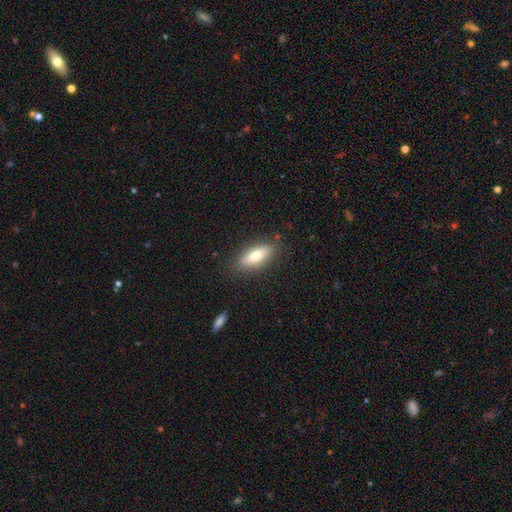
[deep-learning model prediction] Q: Smooth or featured?
A: smooth (67%); runner-up: featured or disk (26%)
Q: How rounded?
A: in between (62%); runner-up: cigar-shaped (35%)
Q: Merging?
A: none (84%); runner-up: minor disturbance (11%)